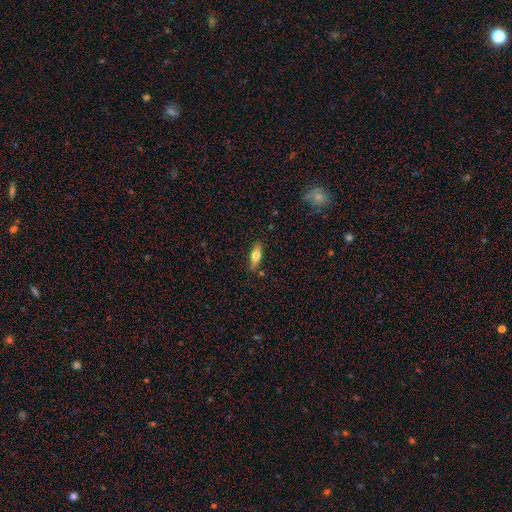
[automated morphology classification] Smooth or featured?
  - smooth: 63% *
  - featured or disk: 31%
  - star or artifact: 6%
How rounded?
  - in between: 57% *
  - cigar-shaped: 40%
  - round: 3%
Merging?
  - none: 81% *
  - minor disturbance: 14%
  - major disturbance: 3%
  - merger: 3%